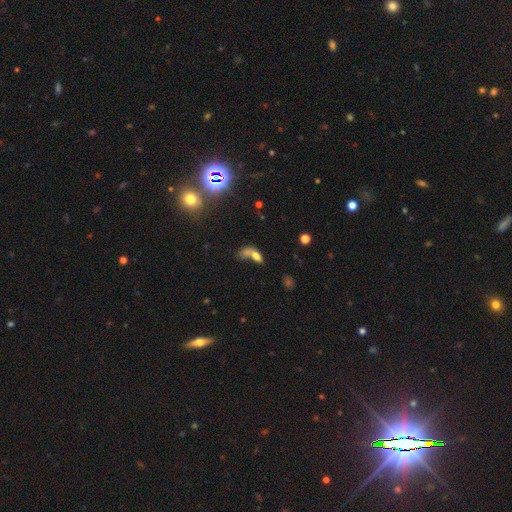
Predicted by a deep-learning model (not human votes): This is likely a smooth galaxy (64%). How rounded: likely in between (73%). Merging: possibly merger (54%).